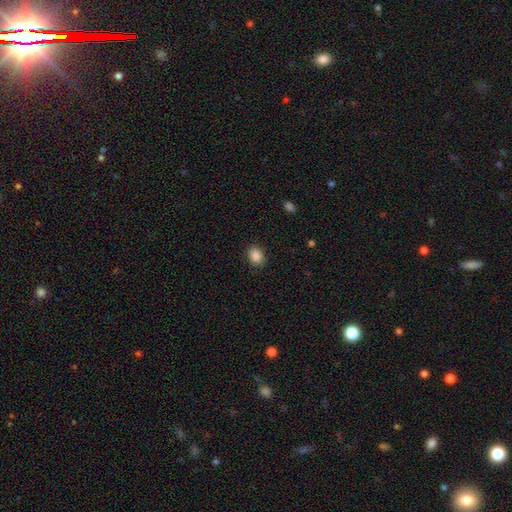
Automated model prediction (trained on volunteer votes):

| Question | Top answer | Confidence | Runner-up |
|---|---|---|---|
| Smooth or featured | smooth | 88% | star or artifact (9%) |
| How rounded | in between | 63% | round (36%) |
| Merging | none | 89% | minor disturbance (8%) |